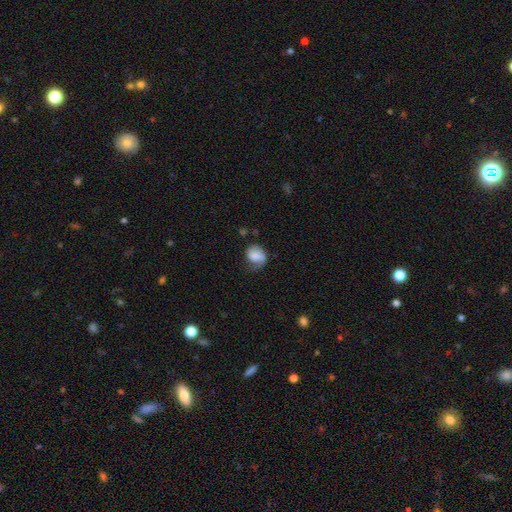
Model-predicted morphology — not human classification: A smooth galaxy with no disk features (67%) that is round (52%).

Vote fractions:
- Smooth or featured? smooth: 67% / featured or disk: 25% / star or artifact: 8%
- How rounded? round: 52% / in between: 47% / cigar-shaped: 1%
- Merging? none: 40% / minor disturbance: 33% / major disturbance: 24% / merger: 2%